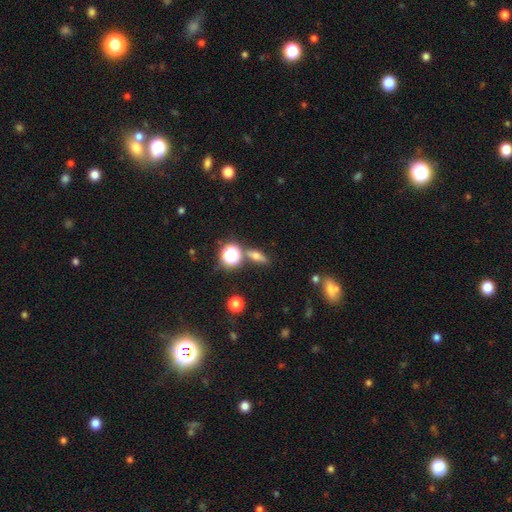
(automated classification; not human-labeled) smooth 53%, featured or disk 26%, star or artifact 21%. Down the decision tree: how rounded — in between (46%); merging — none (76%).